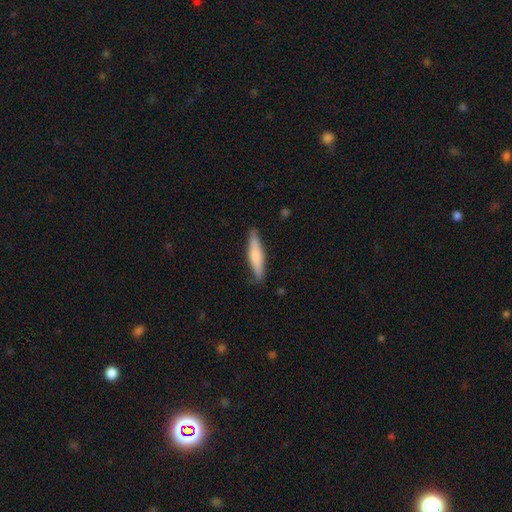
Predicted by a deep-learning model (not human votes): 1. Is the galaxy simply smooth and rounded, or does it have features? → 66% smooth, 29% featured or disk, 5% star or artifact.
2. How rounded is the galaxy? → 84% cigar-shaped, 15% in between, 1% round.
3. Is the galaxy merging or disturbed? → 82% none, 15% minor disturbance, 2% major disturbance, 1% merger.